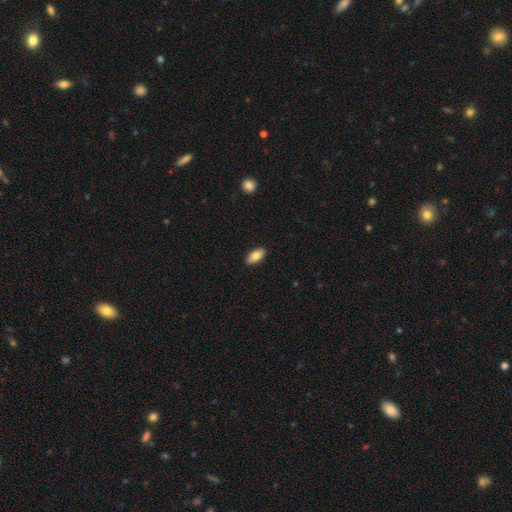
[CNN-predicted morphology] smooth-or-featured: smooth: 83% | featured or disk: 10% | star or artifact: 7%
  how-rounded: in between: 92% | cigar-shaped: 6% | round: 3%
  merging: none: 90% | minor disturbance: 8% | major disturbance: 2% | merger: 1%